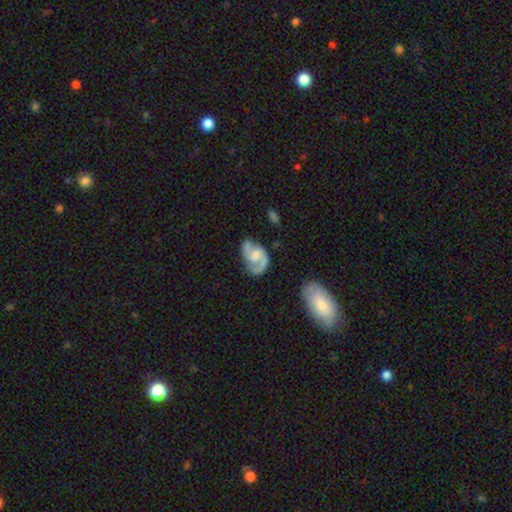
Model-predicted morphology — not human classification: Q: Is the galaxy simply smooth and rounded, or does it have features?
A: featured or disk — 78%.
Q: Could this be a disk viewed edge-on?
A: no — 98%.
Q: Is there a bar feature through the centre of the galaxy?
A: no — 48%.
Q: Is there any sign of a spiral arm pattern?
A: yes — 93%.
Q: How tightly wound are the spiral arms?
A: medium — 51%.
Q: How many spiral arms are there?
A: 2 — 80%.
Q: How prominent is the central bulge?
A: moderate — 33%.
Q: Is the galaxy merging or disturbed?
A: none — 59%.